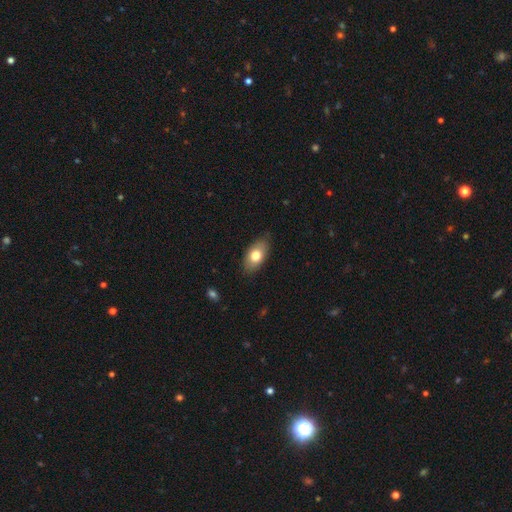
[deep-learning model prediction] smooth_or_featured: smooth (p=0.75) [alt: featured or disk p=0.18]
how_rounded: in between (p=0.91) [alt: round p=0.06]
merging: none (p=0.83) [alt: minor disturbance p=0.14]